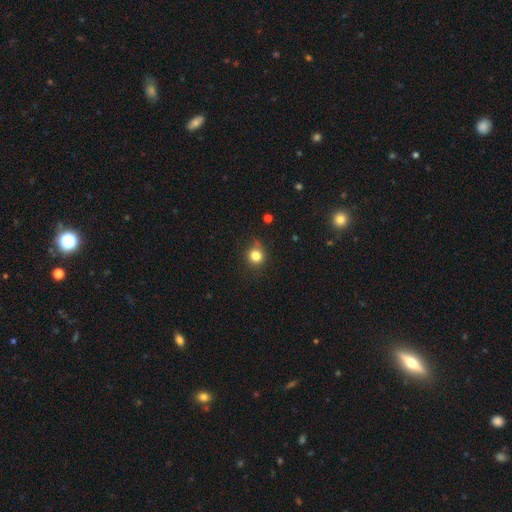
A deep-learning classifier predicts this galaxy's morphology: Smooth or featured? Predicted: smooth (p=0.81). How rounded? Predicted: round (p=0.85). Merging? Predicted: none (p=0.69).